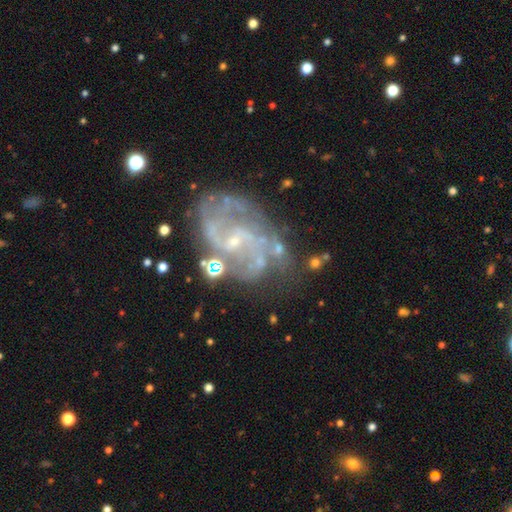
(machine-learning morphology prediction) A featured or disk galaxy (85%) with no bar (46%), 2 (51%) medium (48%) spiral arms (90%) and a small central bulge (76%). Merging: none (61%).